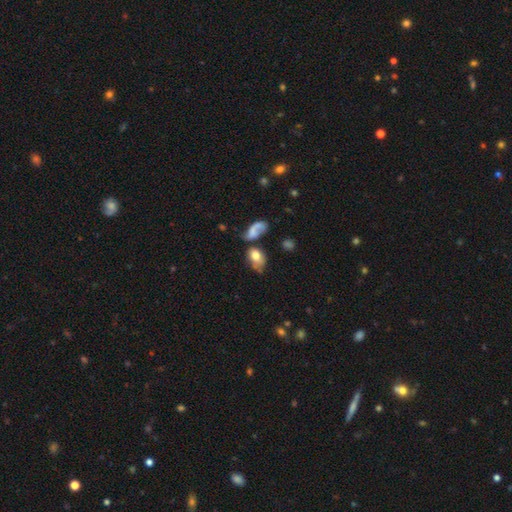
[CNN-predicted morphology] A smooth galaxy with no disk features (68%) that is in between round and cigar-shaped (82%). Merging: merger (29%, tied with none).